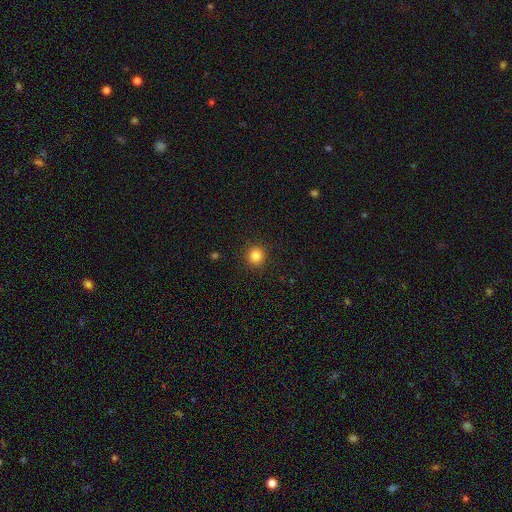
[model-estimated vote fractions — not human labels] Smooth or featured? smooth (84%)
How rounded? round (93%)
Merging? none (92%)